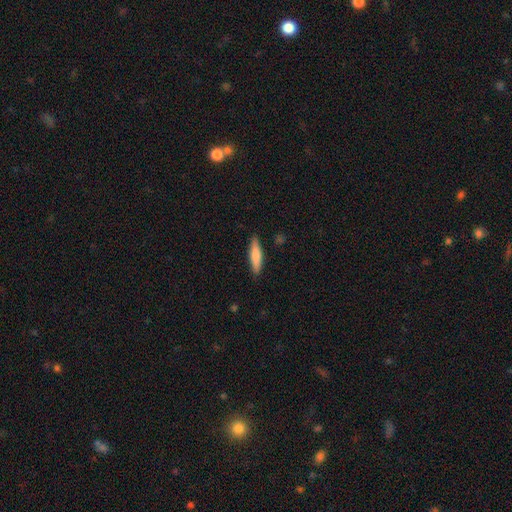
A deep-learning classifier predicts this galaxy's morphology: Smooth or featured?
  - smooth: 75% *
  - featured or disk: 20%
  - star or artifact: 6%
How rounded?
  - cigar-shaped: 76% *
  - in between: 23%
  - round: 2%
Merging?
  - none: 88% *
  - minor disturbance: 9%
  - major disturbance: 2%
  - merger: 1%